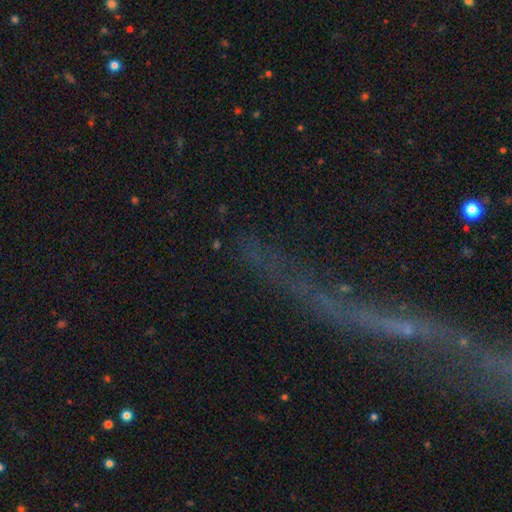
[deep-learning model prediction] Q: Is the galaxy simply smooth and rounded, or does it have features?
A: star or artifact — 60%.